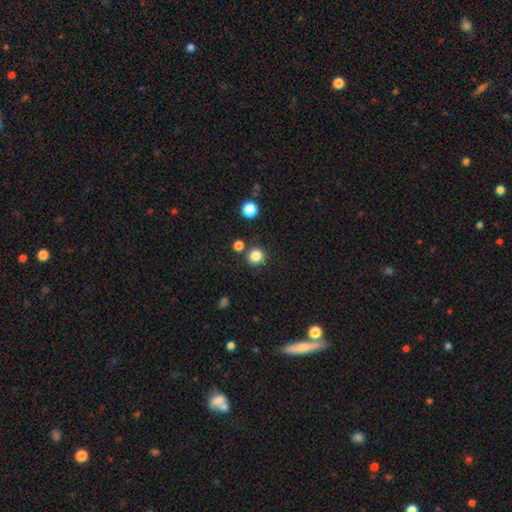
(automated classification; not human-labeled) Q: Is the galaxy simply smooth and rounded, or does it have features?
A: smooth — 83%.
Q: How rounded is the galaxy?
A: round — 93%.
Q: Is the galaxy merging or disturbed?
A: none — 84%.